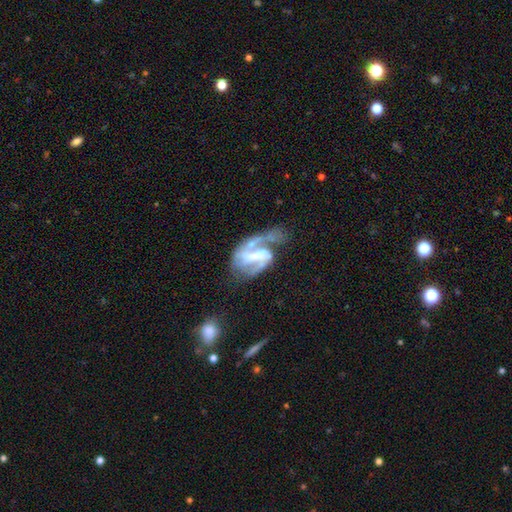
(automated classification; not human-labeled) A featured or disk galaxy (86%) with a strong bar (41%), 2 (75%) medium (50%) spiral arms (94%) and a small central bulge (37%).

Vote fractions:
- Smooth or featured? featured or disk: 86% / smooth: 8% / star or artifact: 6%
- Edge-on disk? no: 98% / yes: 2%
- Bar? strong: 41% / weak: 40% / no: 18%
- Spiral arms? yes: 94% / no: 6%
- Spiral winding? medium: 50% / loose: 30% / tight: 20%
- Spiral arm count? 2: 75% / 1: 12% / can't tell: 6% / 3: 4% / 4: 1% / more than 4: 1%
- Bulge size? small: 37% / none: 33% / moderate: 24% / large: 6% / dominant: 2%
- Merging? none: 40% / major disturbance: 30% / minor disturbance: 22% / merger: 8%